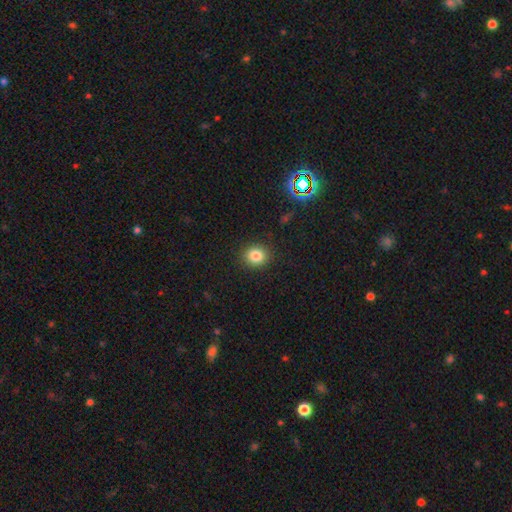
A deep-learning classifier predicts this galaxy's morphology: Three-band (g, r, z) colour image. It shows a smooth galaxy with no disk features (83%) that is round (79%). Merging: none (90%).